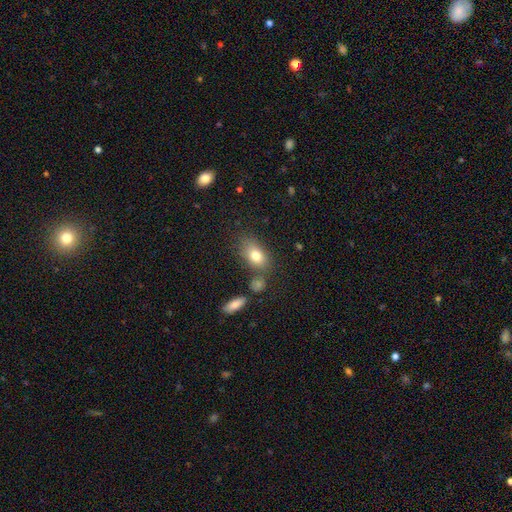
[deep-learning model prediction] Smooth or featured: smooth — 77% (featured or disk — 13%)
How rounded: in between — 83% (round — 14%)
Merging: none — 67% (minor disturbance — 17%)